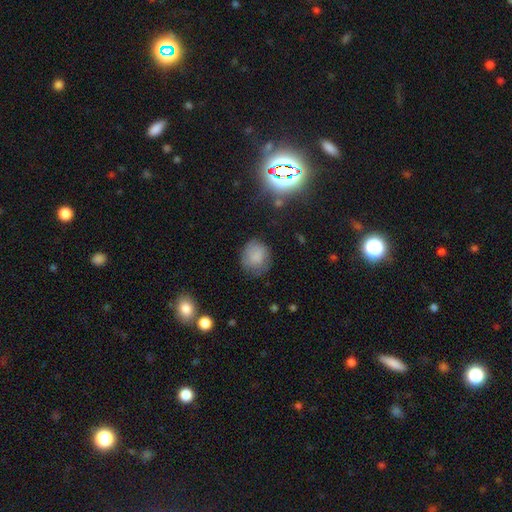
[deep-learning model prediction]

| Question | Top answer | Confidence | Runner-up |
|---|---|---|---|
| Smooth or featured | smooth | 79% | star or artifact (11%) |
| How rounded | round | 77% | in between (22%) |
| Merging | none | 70% | minor disturbance (21%) |